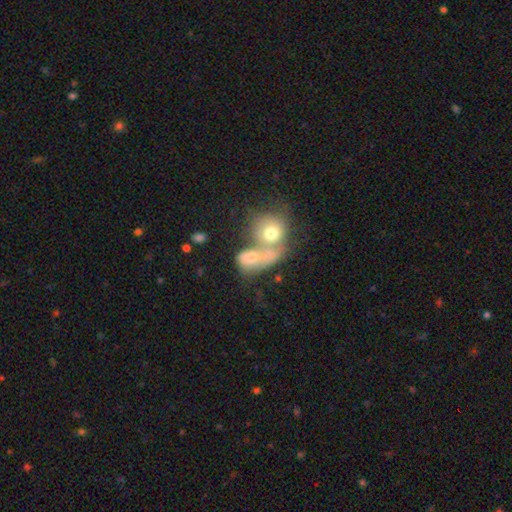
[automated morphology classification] This is likely a smooth galaxy (61%). How rounded: possibly round (54%). Merging: likely merger (70%).